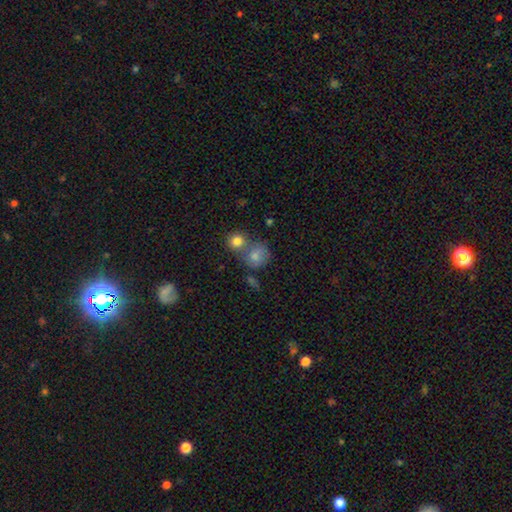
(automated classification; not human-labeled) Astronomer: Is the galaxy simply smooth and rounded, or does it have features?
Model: smooth — 78%.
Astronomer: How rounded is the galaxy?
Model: round — 74%.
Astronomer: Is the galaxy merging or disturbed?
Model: merger — 42% (runner-up: none, 40%).